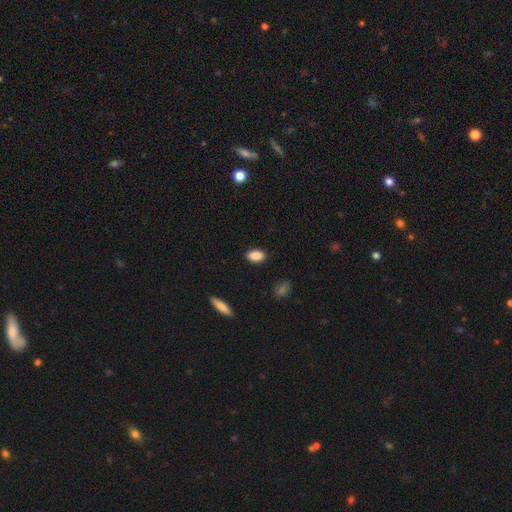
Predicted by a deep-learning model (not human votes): smooth 88%, star or artifact 8%, featured or disk 4%. Down the decision tree: how rounded — in between (90%); merging — none (87%).